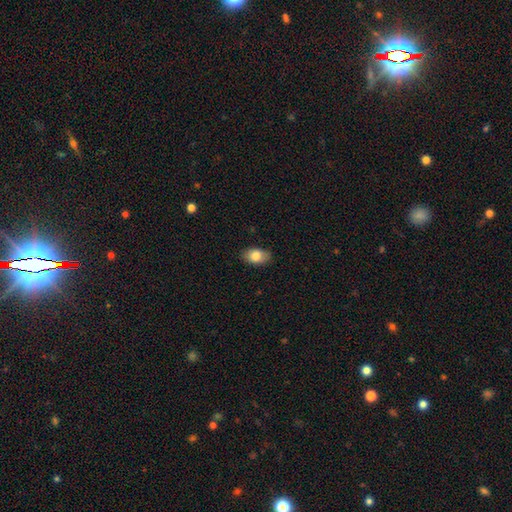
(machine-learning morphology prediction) smooth-or-featured: smooth: 83% | featured or disk: 10% | star or artifact: 7%
  how-rounded: in between: 88% | round: 10% | cigar-shaped: 2%
  merging: none: 85% | minor disturbance: 12% | major disturbance: 2% | merger: 1%